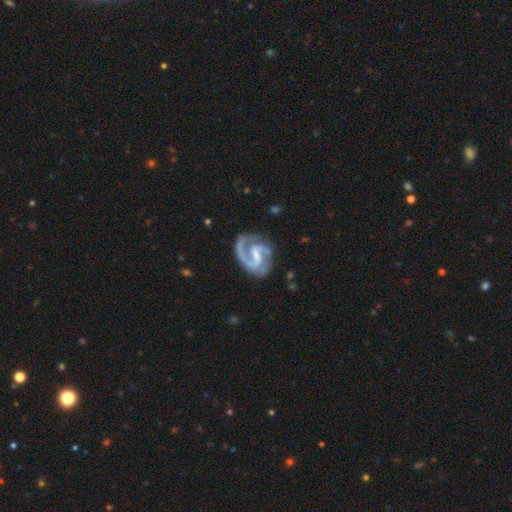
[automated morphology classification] Smooth or featured: featured or disk — 92% (smooth — 4%)
Edge-on disk: no — 98% (yes — 2%)
Bar: weak — 48% (strong — 37%)
Spiral arms: yes — 98% (no — 2%)
Spiral winding: medium — 58% (tight — 30%)
Spiral arm count: 2 — 89% (1 — 4%)
Bulge size: small — 38% (none — 29%)
Merging: none — 72% (minor disturbance — 18%)